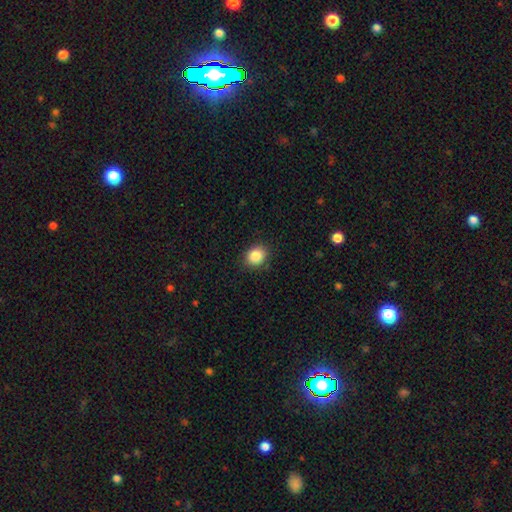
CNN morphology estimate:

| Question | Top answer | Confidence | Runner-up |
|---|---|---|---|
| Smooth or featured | smooth | 87% | star or artifact (9%) |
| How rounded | round | 63% | in between (37%) |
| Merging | none | 87% | minor disturbance (9%) |